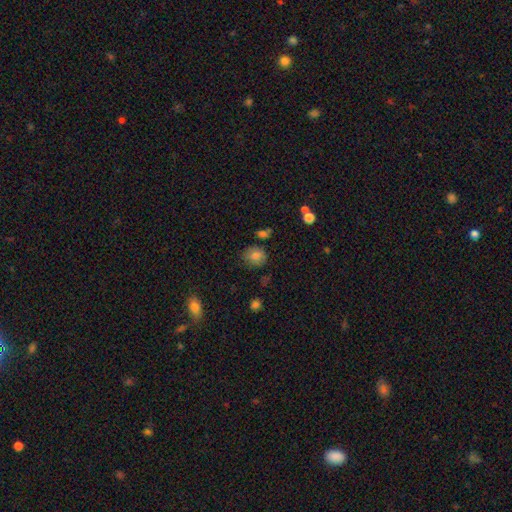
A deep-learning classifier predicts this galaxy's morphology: Smooth or featured? Predicted: smooth (p=0.78). How rounded? Predicted: round (p=0.65). Merging? Predicted: none (p=0.71).